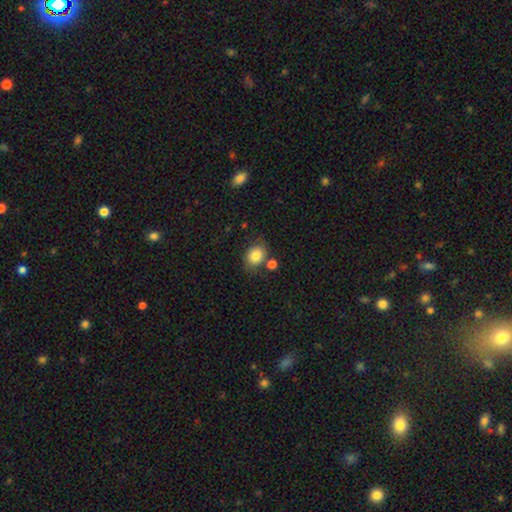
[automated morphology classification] Overall: smooth (80%). How rounded: in between (52%; round 47%). Merging: none (67%).